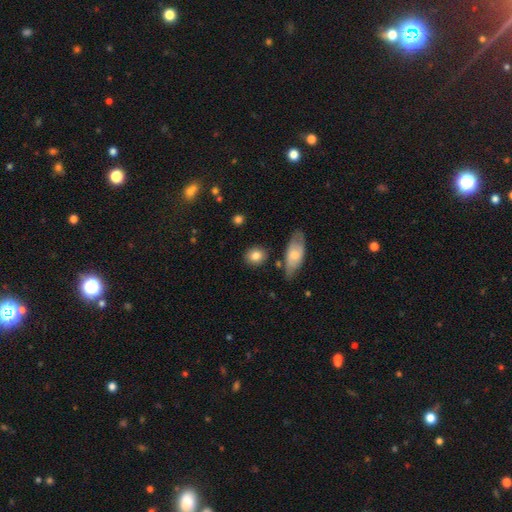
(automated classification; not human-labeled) Smooth or featured?
  - smooth: 82% *
  - featured or disk: 10%
  - star or artifact: 8%
How rounded?
  - round: 73% *
  - in between: 24%
  - cigar-shaped: 3%
Merging?
  - none: 83% *
  - minor disturbance: 10%
  - merger: 4%
  - major disturbance: 3%